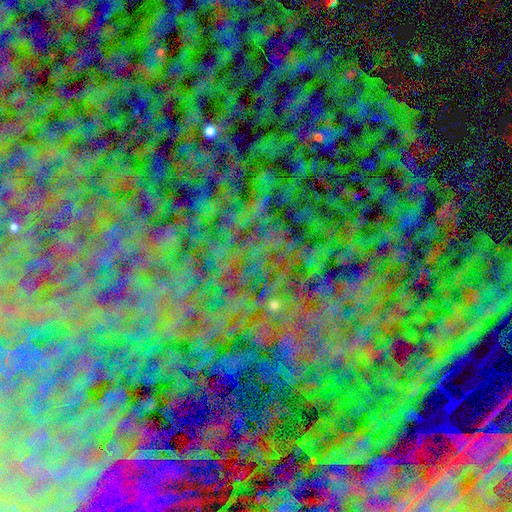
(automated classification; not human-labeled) Smooth or featured? star or artifact (84%)